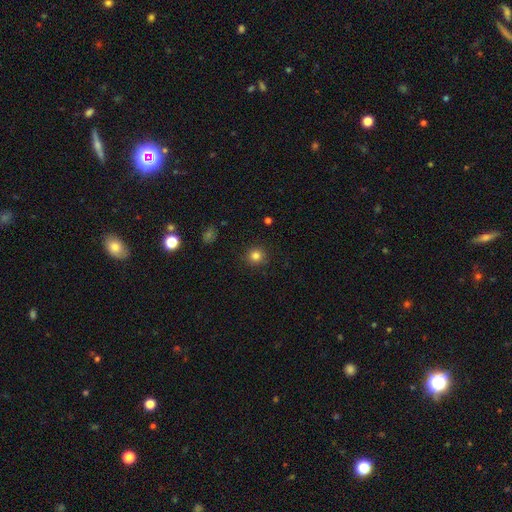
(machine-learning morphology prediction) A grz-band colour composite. It shows a smooth galaxy with no disk features (82%) that is round (93%). Merging: none (91%).